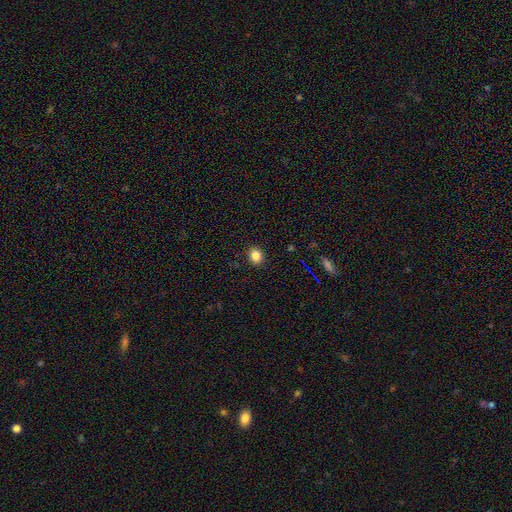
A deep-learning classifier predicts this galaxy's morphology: type=smooth (84%); roundness=round (71%); merging=none (90%).